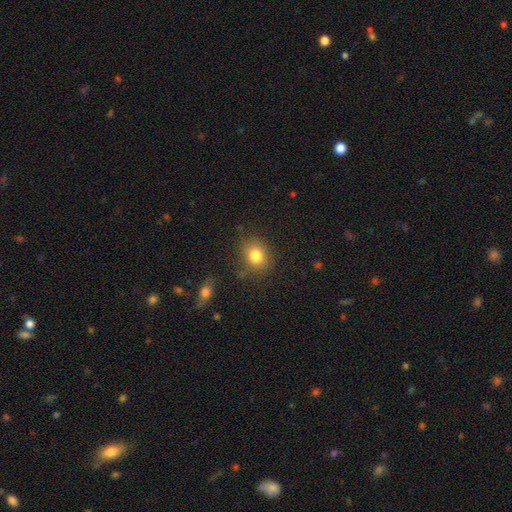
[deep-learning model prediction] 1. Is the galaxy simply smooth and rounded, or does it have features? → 81% smooth, 11% star or artifact, 8% featured or disk.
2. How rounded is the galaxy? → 60% round, 39% in between, 1% cigar-shaped.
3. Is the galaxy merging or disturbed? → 79% none, 14% minor disturbance, 4% major disturbance, 3% merger.